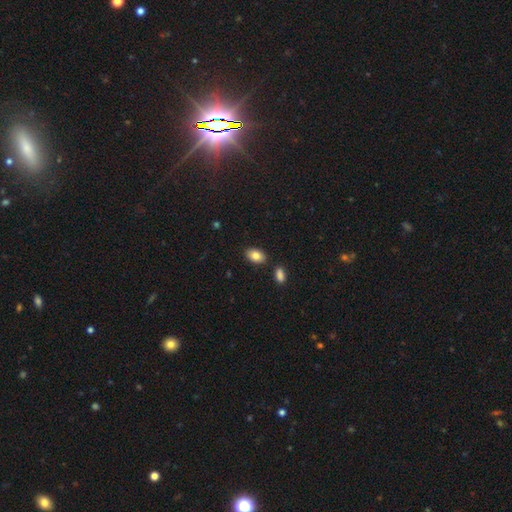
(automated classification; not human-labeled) Smooth or featured? Predicted: smooth (p=0.83). How rounded? Predicted: in between (p=0.90). Merging? Predicted: none (p=0.83).